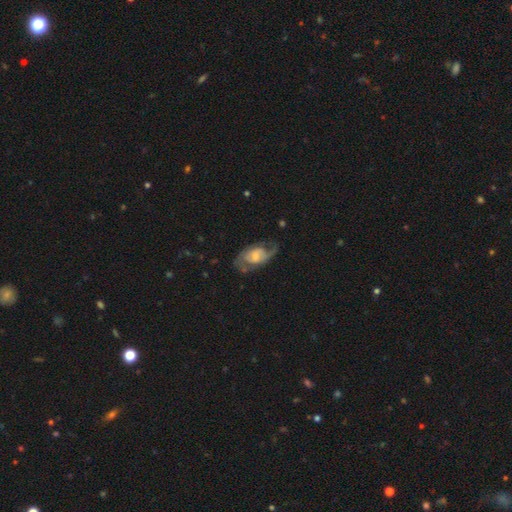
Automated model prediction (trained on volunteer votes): smooth-or-featured: featured or disk: 72% | smooth: 22% | star or artifact: 6%
  disk-edge-on: no: 95% | yes: 5%
    bar: no: 50% | weak: 40% | strong: 10%
    has-spiral-arms: yes: 86% | no: 14%
      spiral-winding: medium: 47% | loose: 31% | tight: 22%
      spiral-arm-count: 2: 79% | can't tell: 11% | 1: 6% | 3: 2% | 4: 1% | more than 4: 1%
    bulge-size: small: 42% | moderate: 35% | large: 11% | none: 10% | dominant: 2%
  merging: none: 58% | minor disturbance: 21% | major disturbance: 19% | merger: 2%